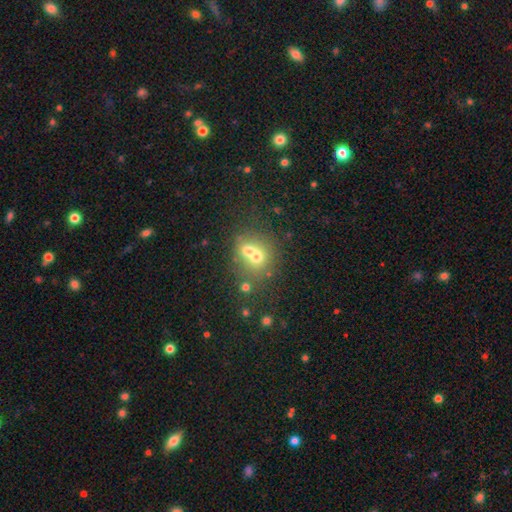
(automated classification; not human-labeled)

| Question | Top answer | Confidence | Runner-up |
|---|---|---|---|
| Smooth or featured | smooth | 55% | featured or disk (25%) |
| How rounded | round | 67% | in between (32%) |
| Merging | merger | 59% | none (30%) |